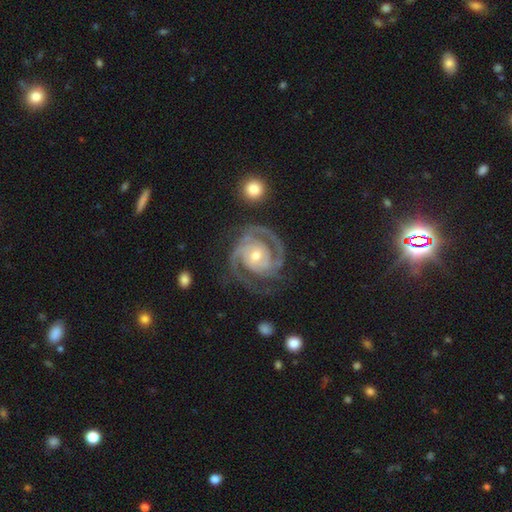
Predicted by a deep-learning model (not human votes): Smooth or featured?
  - featured or disk: 93% *
  - star or artifact: 4%
  - smooth: 3%
Edge-on disk?
  - no: 98% *
  - yes: 2%
Bar?
  - no: 59% *
  - weak: 29%
  - strong: 12%
Spiral arms?
  - yes: 98% *
  - no: 2%
Spiral winding?
  - tight: 64% *
  - medium: 32%
  - loose: 5%
Spiral arm count?
  - 2: 65% *
  - 3: 19%
  - can't tell: 6%
  - 1: 4%
  - 4: 3%
  - more than 4: 3%
Bulge size?
  - moderate: 56% *
  - small: 39%
  - large: 3%
  - none: 1%
  - dominant: 1%
Merging?
  - none: 70% *
  - minor disturbance: 17%
  - major disturbance: 11%
  - merger: 2%